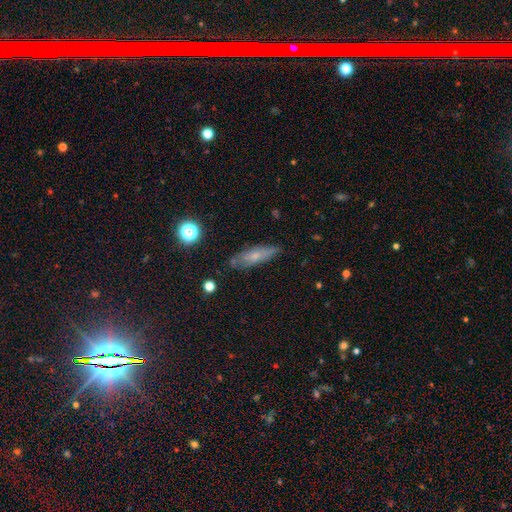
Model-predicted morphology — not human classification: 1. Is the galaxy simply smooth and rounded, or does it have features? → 57% smooth, 33% featured or disk, 10% star or artifact.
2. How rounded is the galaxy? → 51% cigar-shaped, 45% in between, 4% round.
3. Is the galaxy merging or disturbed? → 74% none, 19% minor disturbance, 4% major disturbance, 3% merger.